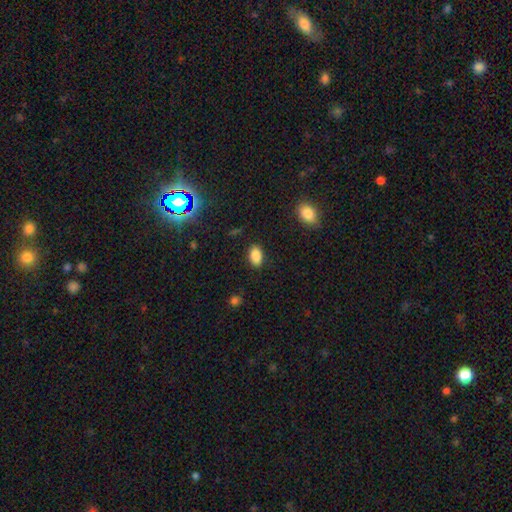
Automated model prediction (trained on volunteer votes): This is clearly a smooth galaxy (84%). How rounded: clearly in between (90%). Merging: clearly none (87%).